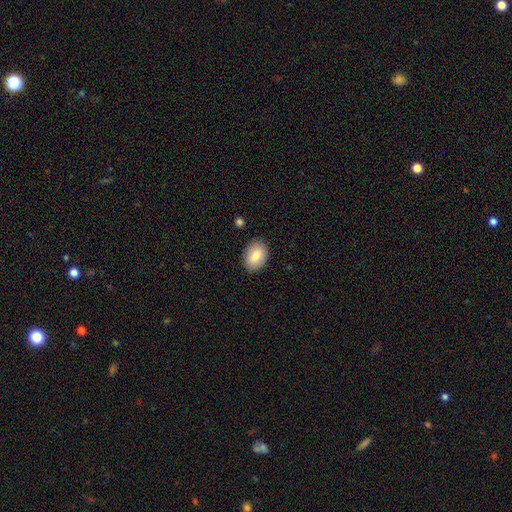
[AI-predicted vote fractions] The model was most divided on "how rounded": in between: 78%, round: 21%, cigar-shaped: 1%. More confident: merging — none (88%); smooth or featured — smooth (82%).